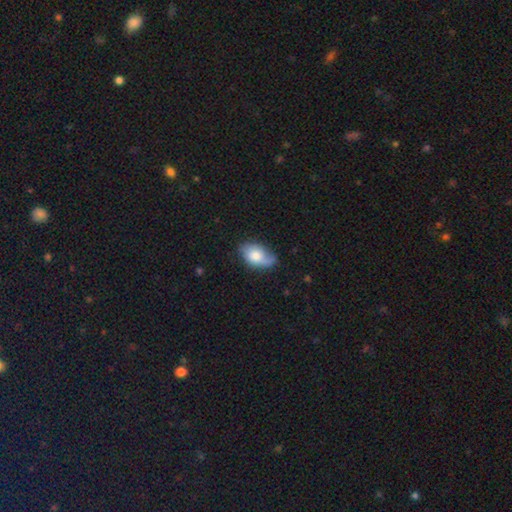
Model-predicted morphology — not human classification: smooth-or-featured: smooth: 60% | featured or disk: 33% | star or artifact: 7%
  how-rounded: in between: 89% | round: 9% | cigar-shaped: 2%
  merging: none: 53% | minor disturbance: 32% | major disturbance: 11% | merger: 3%